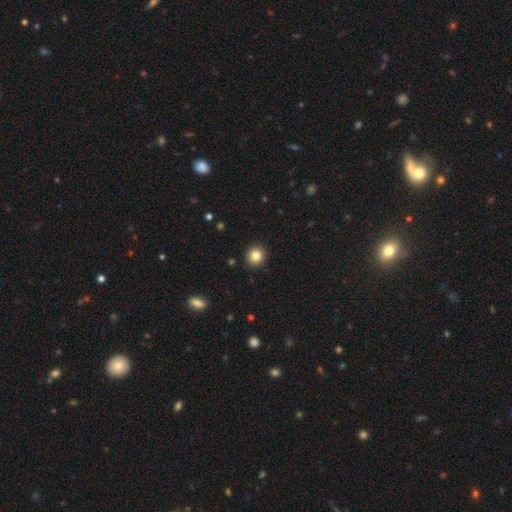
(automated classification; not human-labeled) This is clearly a smooth galaxy (83%). How rounded: clearly round (86%). Merging: clearly none (92%).